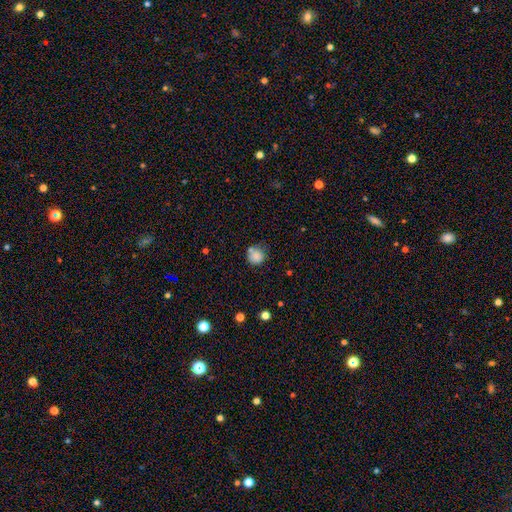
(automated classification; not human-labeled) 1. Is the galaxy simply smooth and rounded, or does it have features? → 83% smooth, 10% star or artifact, 7% featured or disk.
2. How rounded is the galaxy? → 90% round, 9% in between, 1% cigar-shaped.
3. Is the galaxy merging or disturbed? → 62% none, 20% minor disturbance, 13% merger, 6% major disturbance.